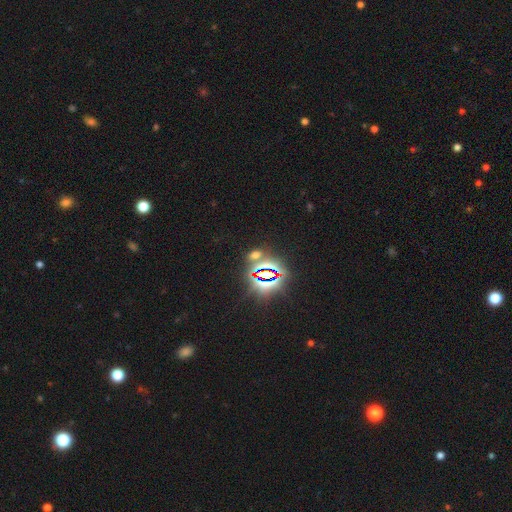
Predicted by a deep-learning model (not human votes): A star or artifact, not a galaxy (67%).